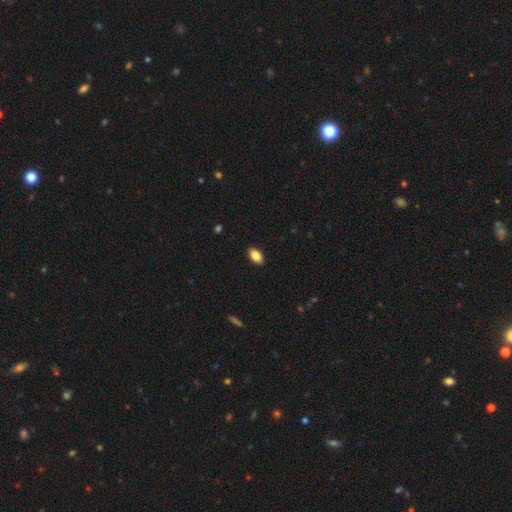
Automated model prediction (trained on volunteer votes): smooth-or-featured: smooth: 86% | star or artifact: 8% | featured or disk: 6%
  how-rounded: in between: 91% | round: 7% | cigar-shaped: 2%
  merging: none: 89% | minor disturbance: 8% | major disturbance: 2% | merger: 1%